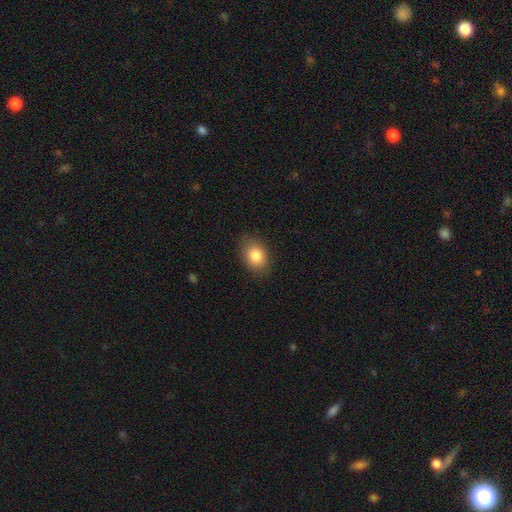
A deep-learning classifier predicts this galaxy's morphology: Smooth or featured? Predicted: smooth (p=0.84). How rounded? Predicted: in between (p=0.74). Merging? Predicted: none (p=0.86).